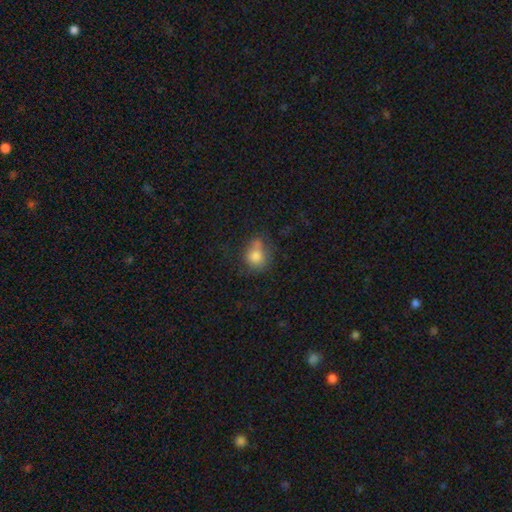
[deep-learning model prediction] A smooth galaxy with no disk features (79%) that is round (69%).

Vote fractions:
- Smooth or featured? smooth: 79% / featured or disk: 11% / star or artifact: 10%
- How rounded? round: 69% / in between: 30% / cigar-shaped: 1%
- Merging? none: 44% / merger: 25% / minor disturbance: 21% / major disturbance: 10%